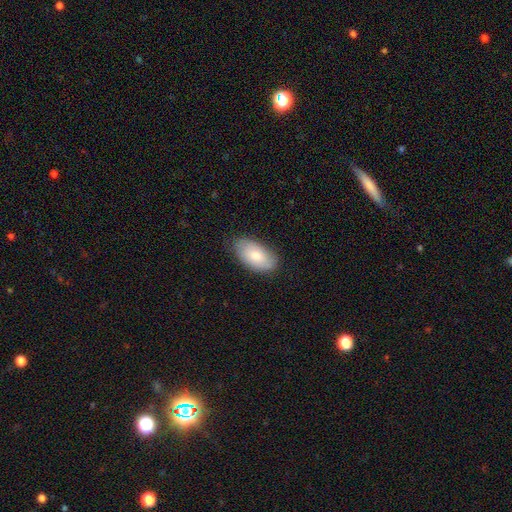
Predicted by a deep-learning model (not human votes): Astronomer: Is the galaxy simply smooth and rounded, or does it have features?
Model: smooth — 77%.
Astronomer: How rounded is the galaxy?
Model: in between — 95%.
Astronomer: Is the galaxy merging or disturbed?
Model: none — 78%.